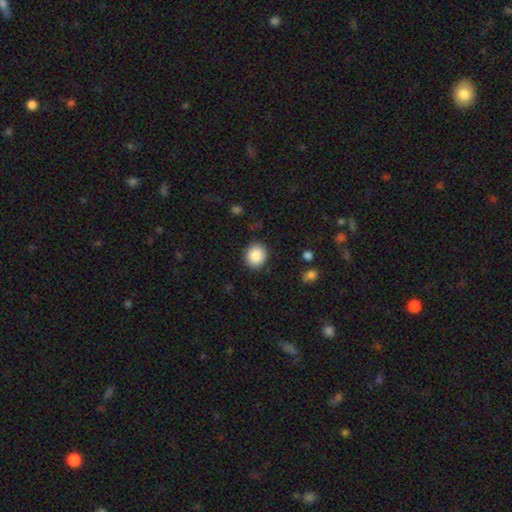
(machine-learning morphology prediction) Overall: smooth (88%). How rounded: round (79%). Merging: none (89%).